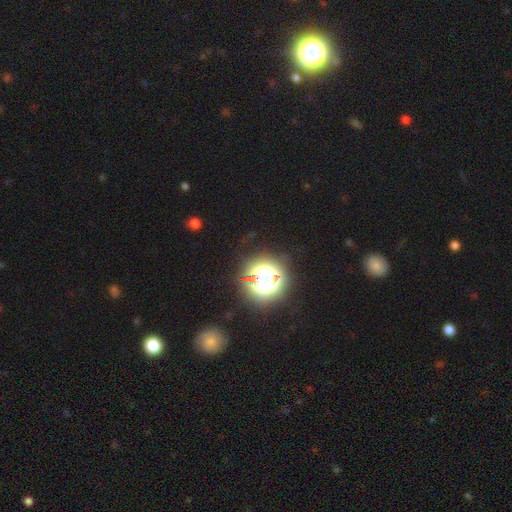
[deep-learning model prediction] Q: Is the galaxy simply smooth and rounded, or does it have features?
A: star or artifact — 80%.